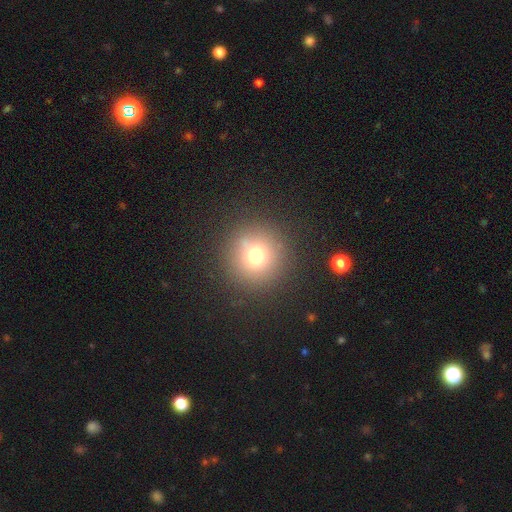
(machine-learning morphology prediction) Smooth or featured: smooth — 70% (star or artifact — 20%)
How rounded: round — 96% (in between — 3%)
Merging: none — 87% (minor disturbance — 7%)